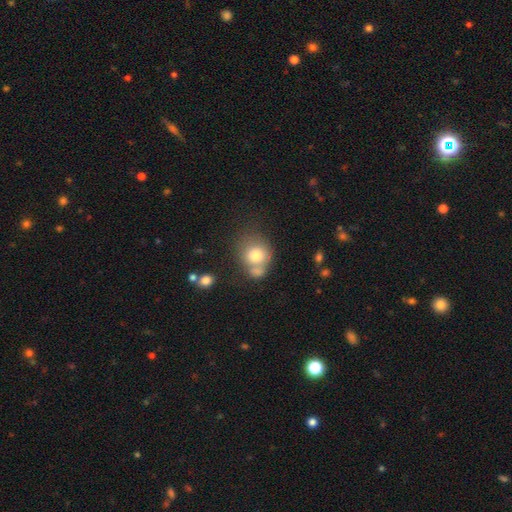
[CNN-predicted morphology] Smooth or featured: smooth — 76% (featured or disk — 14%)
How rounded: round — 74% (in between — 25%)
Merging: none — 40% (merger — 35%)